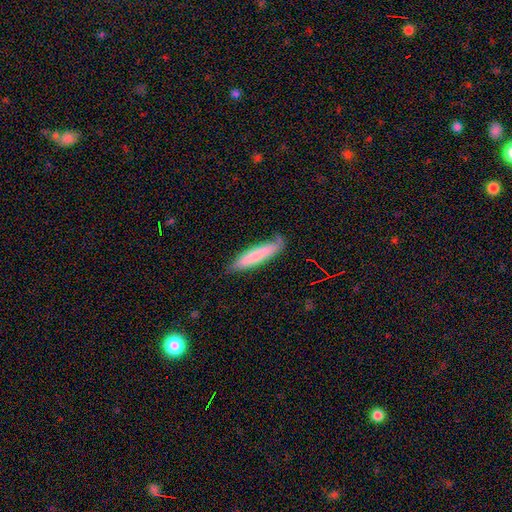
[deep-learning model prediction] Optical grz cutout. It shows a smooth galaxy with no disk features (75%) that is cigar-shaped (85%). Merging: none (68%).